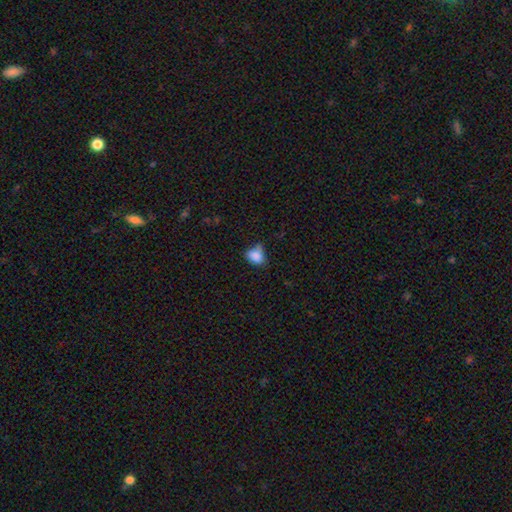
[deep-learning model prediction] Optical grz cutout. It shows a smooth galaxy with no disk features (83%) that is in between round and cigar-shaped (68%). Merging: none (45%).